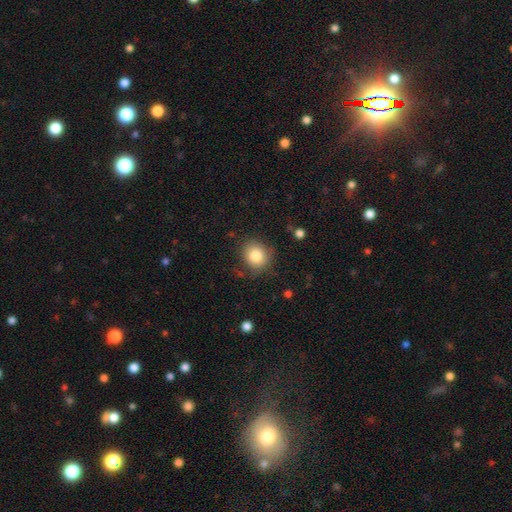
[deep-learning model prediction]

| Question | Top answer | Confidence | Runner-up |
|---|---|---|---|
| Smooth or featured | smooth | 82% | star or artifact (10%) |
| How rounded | round | 82% | in between (17%) |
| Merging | none | 79% | minor disturbance (15%) |